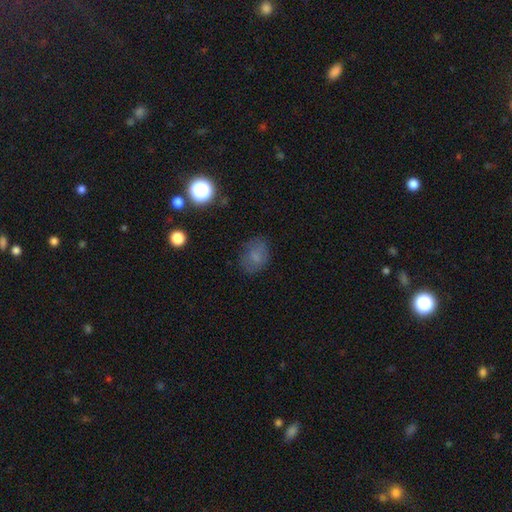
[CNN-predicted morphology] A smooth galaxy with no disk features (68%) that is in between round and cigar-shaped (57%). Merging: none (68%).